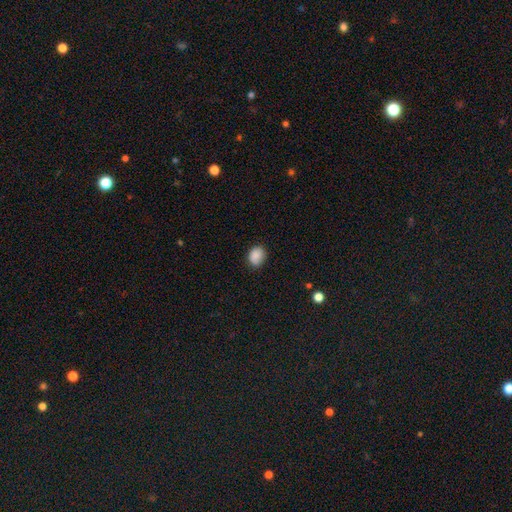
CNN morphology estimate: Overall: smooth (88%). How rounded: in between (51%; round 48%). Merging: none (79%).